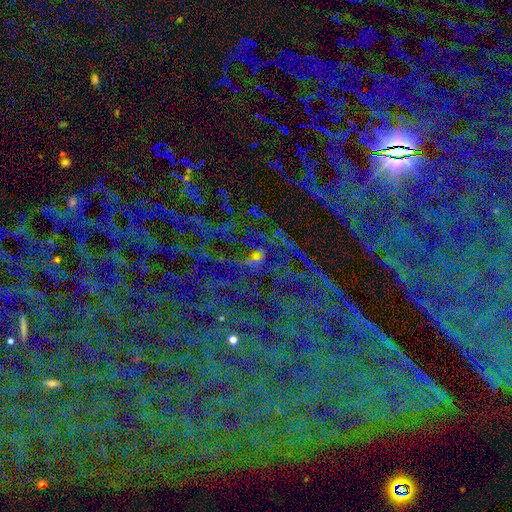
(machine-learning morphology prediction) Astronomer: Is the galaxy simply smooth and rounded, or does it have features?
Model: star or artifact — 76%.